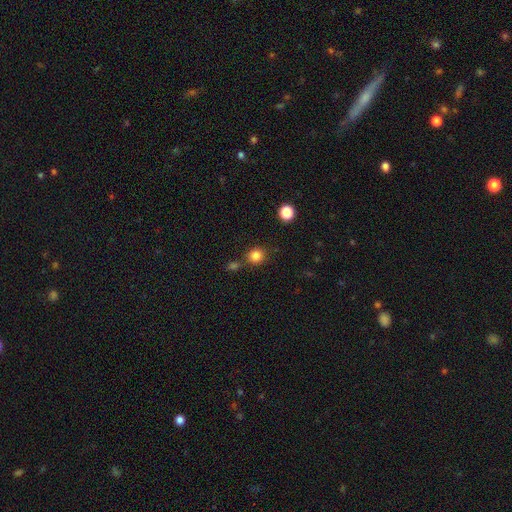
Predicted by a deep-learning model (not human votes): Q: Smooth or featured?
A: smooth (83%); runner-up: star or artifact (13%)
Q: How rounded?
A: round (89%); runner-up: in between (10%)
Q: Merging?
A: none (76%); runner-up: merger (11%)